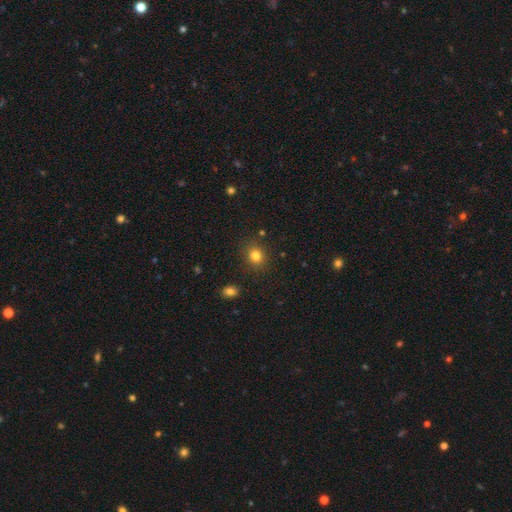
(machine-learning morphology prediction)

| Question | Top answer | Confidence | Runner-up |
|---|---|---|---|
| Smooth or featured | smooth | 81% | star or artifact (13%) |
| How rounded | round | 69% | in between (30%) |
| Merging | none | 85% | minor disturbance (9%) |